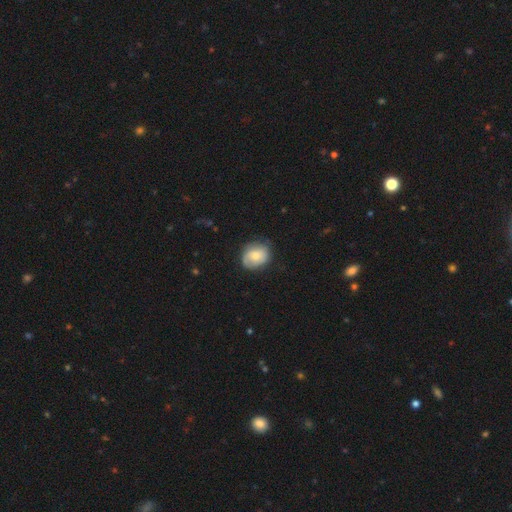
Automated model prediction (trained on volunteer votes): Smooth or featured? smooth (58%)
How rounded? round (58%)
Merging? none (70%)